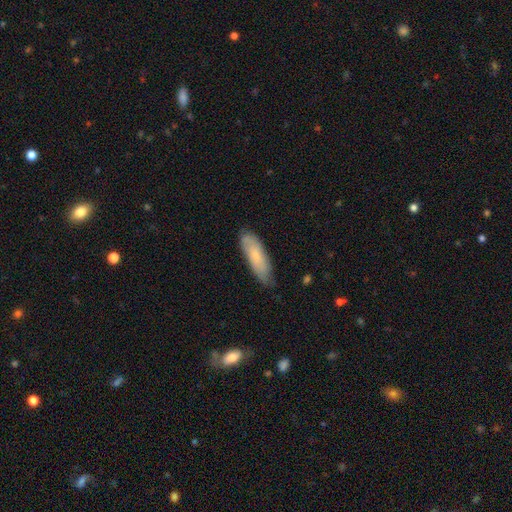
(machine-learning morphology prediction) smooth_or_featured: smooth (p=0.67) [alt: featured or disk p=0.27]
how_rounded: in between (p=0.51) [alt: cigar-shaped p=0.47]
merging: none (p=0.70) [alt: minor disturbance p=0.25]